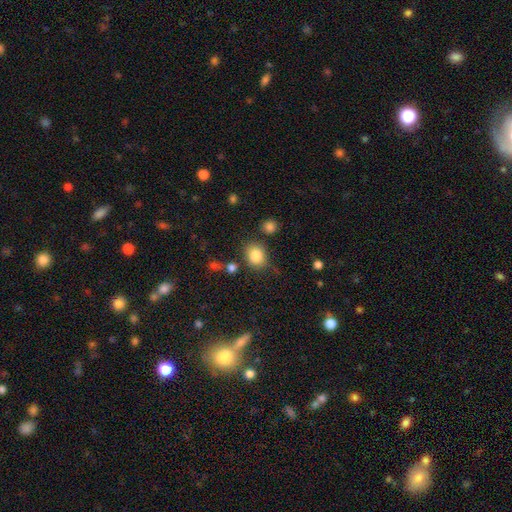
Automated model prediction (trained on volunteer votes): Smooth or featured: smooth — 83% (star or artifact — 10%)
How rounded: round — 63% (in between — 36%)
Merging: none — 74% (minor disturbance — 15%)